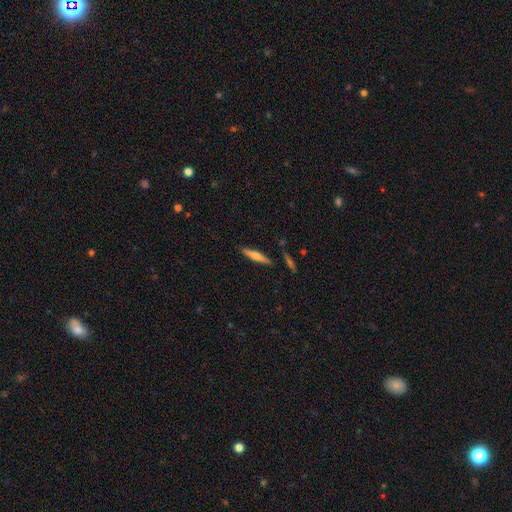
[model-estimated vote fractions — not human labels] smooth-or-featured: smooth: 49% | featured or disk: 45% | star or artifact: 7%
  merging: none: 86% | minor disturbance: 9% | merger: 3% | major disturbance: 2%